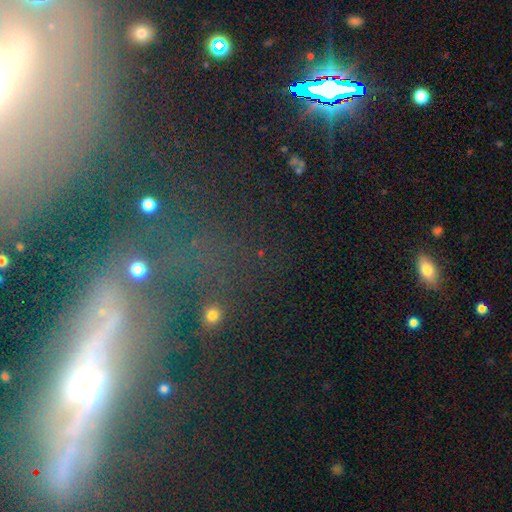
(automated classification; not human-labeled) Smooth or featured? star or artifact (49%)